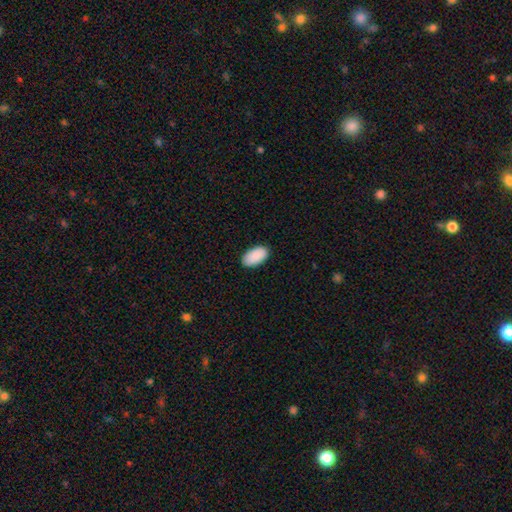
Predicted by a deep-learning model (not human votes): Overall: smooth (91%). How rounded: in between (96%). Merging: none (88%).